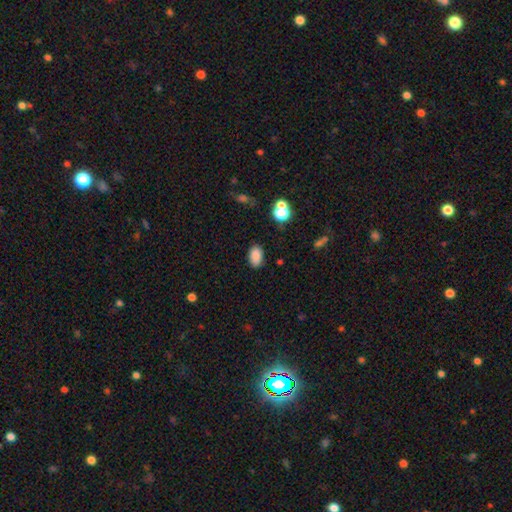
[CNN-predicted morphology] Smooth or featured?
  - smooth: 86% *
  - star or artifact: 10%
  - featured or disk: 4%
How rounded?
  - in between: 89% *
  - round: 9%
  - cigar-shaped: 1%
Merging?
  - none: 84% *
  - minor disturbance: 11%
  - major disturbance: 3%
  - merger: 2%